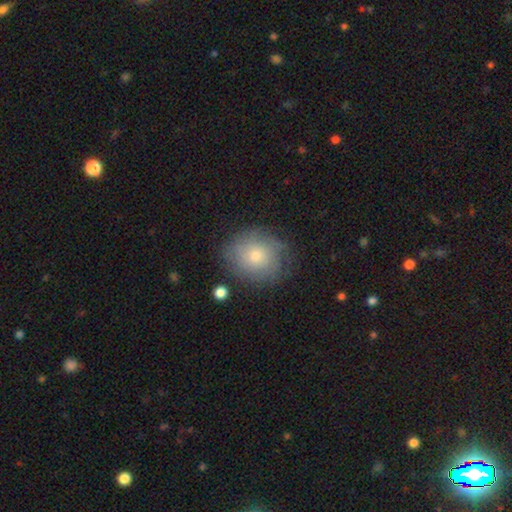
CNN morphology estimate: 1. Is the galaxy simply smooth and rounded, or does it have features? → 56% smooth, 34% featured or disk, 10% star or artifact.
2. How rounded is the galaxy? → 75% round, 24% in between, 1% cigar-shaped.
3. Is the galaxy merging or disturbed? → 75% none, 17% minor disturbance, 6% major disturbance, 2% merger.